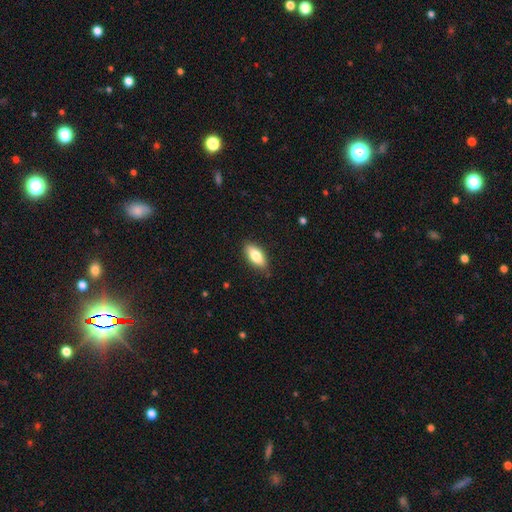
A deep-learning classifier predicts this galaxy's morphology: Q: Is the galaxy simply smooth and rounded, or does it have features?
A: smooth — 76%.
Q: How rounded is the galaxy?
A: in between — 83%.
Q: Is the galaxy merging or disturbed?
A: none — 85%.